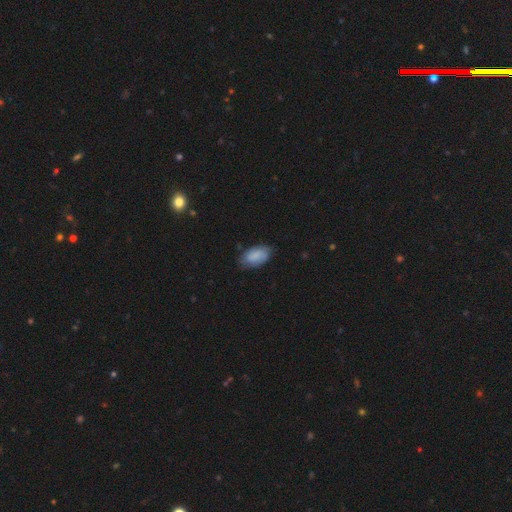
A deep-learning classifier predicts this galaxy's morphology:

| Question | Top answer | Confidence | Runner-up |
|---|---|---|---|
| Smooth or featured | smooth | 80% | featured or disk (13%) |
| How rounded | in between | 94% | round (4%) |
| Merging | none | 70% | minor disturbance (24%) |